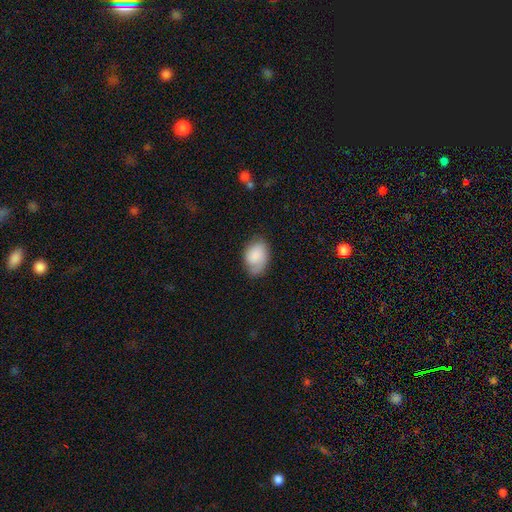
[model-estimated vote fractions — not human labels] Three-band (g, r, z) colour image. It shows a smooth galaxy with no disk features (76%) that is in between round and cigar-shaped (85%). Merging: none (63%).